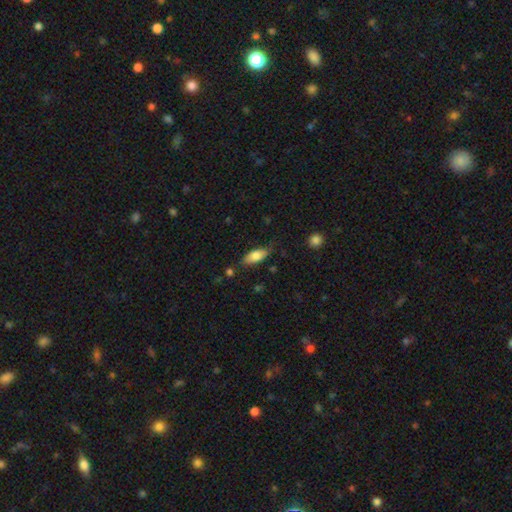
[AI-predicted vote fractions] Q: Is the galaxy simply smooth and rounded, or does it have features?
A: smooth — 81%.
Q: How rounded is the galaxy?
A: in between — 81%.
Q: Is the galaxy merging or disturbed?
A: none — 72%.